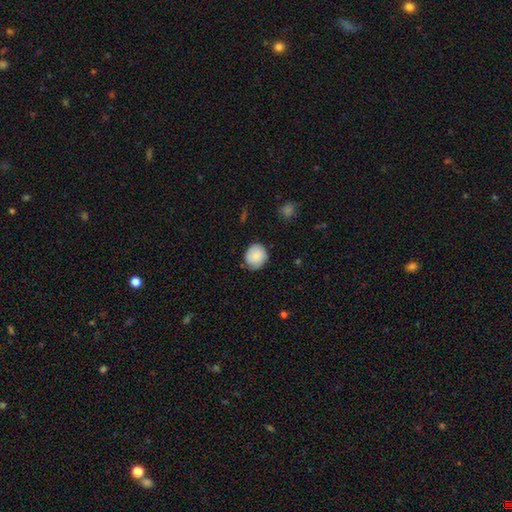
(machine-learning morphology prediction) smooth 83%, featured or disk 10%, star or artifact 7%. Down the decision tree: how rounded — round (81%); merging — none (76%).